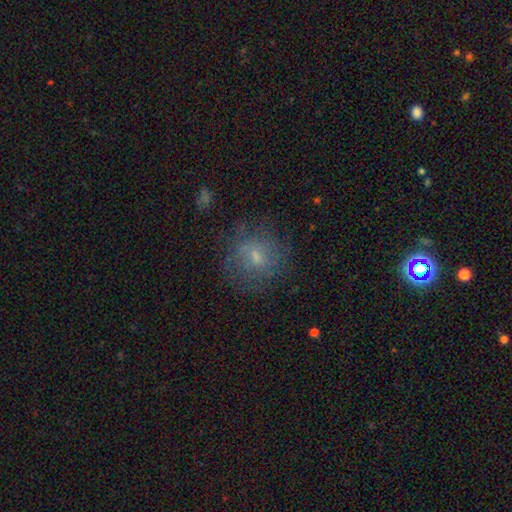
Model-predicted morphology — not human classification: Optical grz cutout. It shows a smooth galaxy with no disk features (52%) that is round (80%). Merging: none (72%).